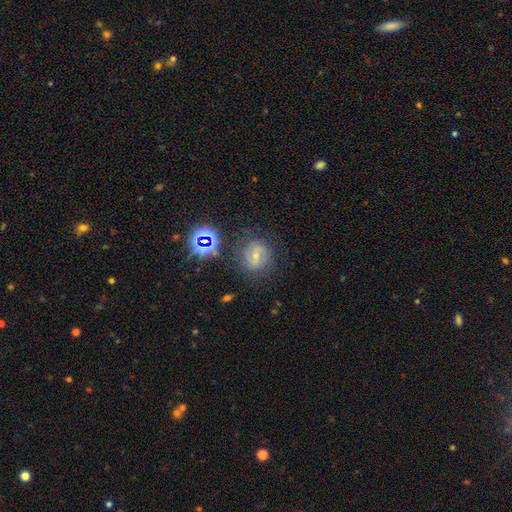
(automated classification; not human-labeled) A featured or disk galaxy (42%). Merging: none (72%).